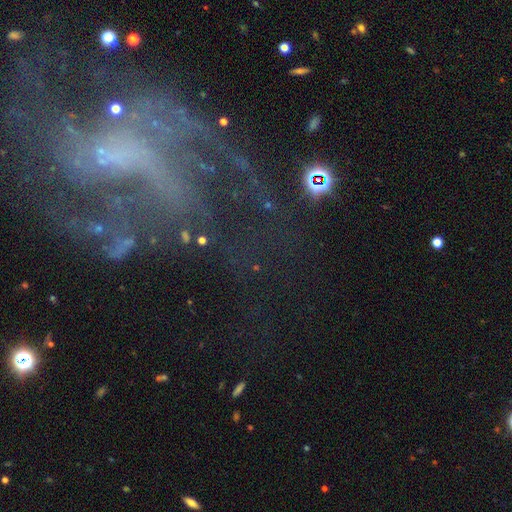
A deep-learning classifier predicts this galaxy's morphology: Q: Smooth or featured?
A: featured or disk (73%); runner-up: star or artifact (17%)
Q: Edge-on disk?
A: no (96%); runner-up: yes (4%)
Q: Bar?
A: no (47%); runner-up: weak (34%)
Q: Spiral arms?
A: yes (79%); runner-up: no (21%)
Q: Spiral winding?
A: medium (40%); runner-up: loose (33%)
Q: Spiral arm count?
A: can't tell (31%); runner-up: 2 (27%)
Q: Bulge size?
A: none (44%); runner-up: small (37%)
Q: Merging?
A: none (52%); runner-up: major disturbance (27%)